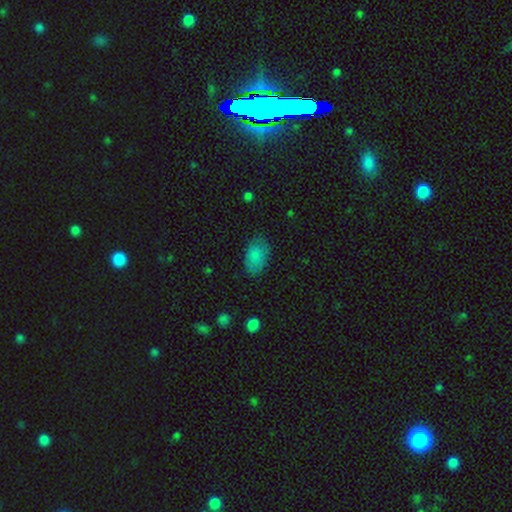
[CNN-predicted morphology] The model was most divided on "merging": none: 76%, minor disturbance: 18%, major disturbance: 5%, merger: 1%. More confident: how rounded — in between (91%); smooth or featured — smooth (83%).